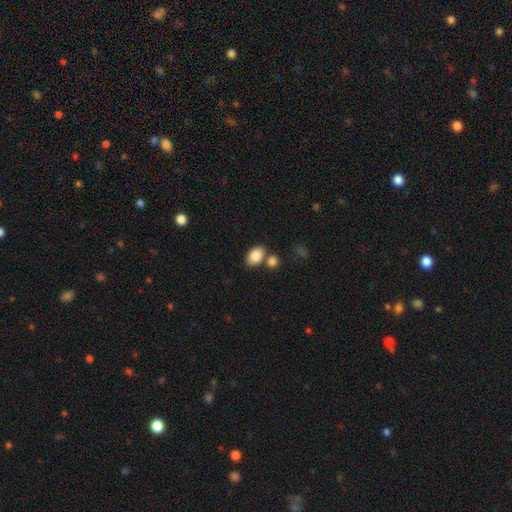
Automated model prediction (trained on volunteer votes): Morphology: type=smooth (87%); roundness=in between (88%); merging=none (65%).